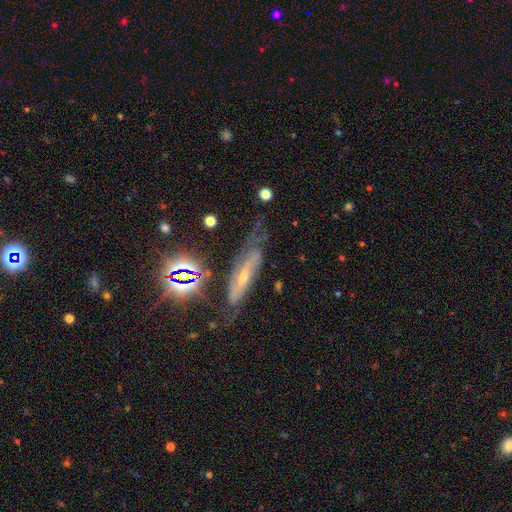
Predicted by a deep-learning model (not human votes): featured or disk 63%, star or artifact 20%, smooth 16%. Down the decision tree: edge-on disk — no (63%); merging — none (60%).